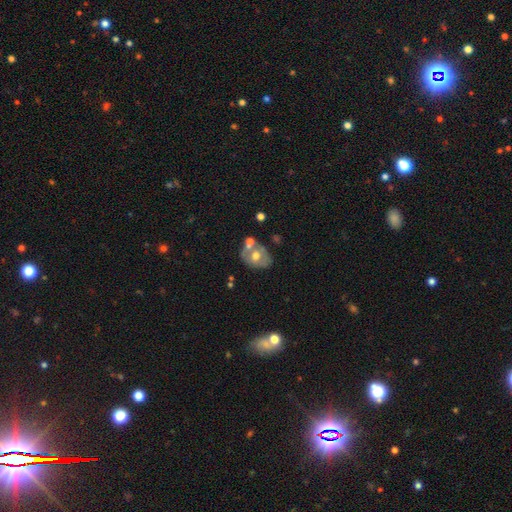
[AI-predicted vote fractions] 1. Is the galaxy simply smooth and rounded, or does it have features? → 50% featured or disk, 42% smooth, 8% star or artifact.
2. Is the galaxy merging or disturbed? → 46% none, 29% merger, 18% minor disturbance, 7% major disturbance.